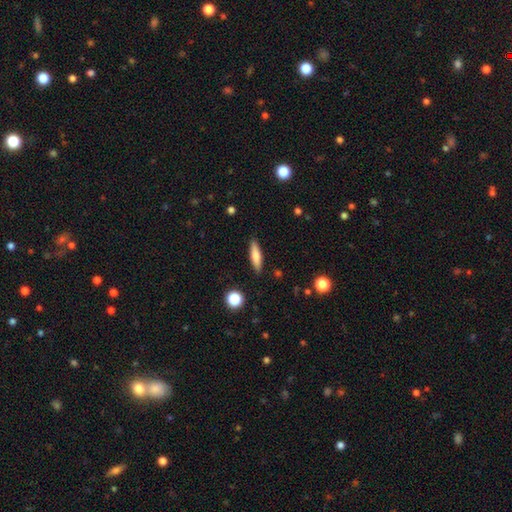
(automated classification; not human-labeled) A smooth galaxy with no disk features (69%) that is cigar-shaped (71%). Merging: none (88%).